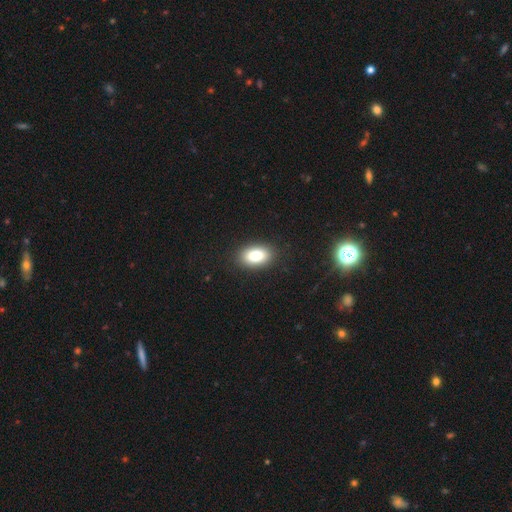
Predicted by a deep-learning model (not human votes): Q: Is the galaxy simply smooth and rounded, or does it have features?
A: smooth — 80%.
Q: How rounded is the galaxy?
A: in between — 88%.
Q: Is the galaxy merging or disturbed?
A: none — 88%.